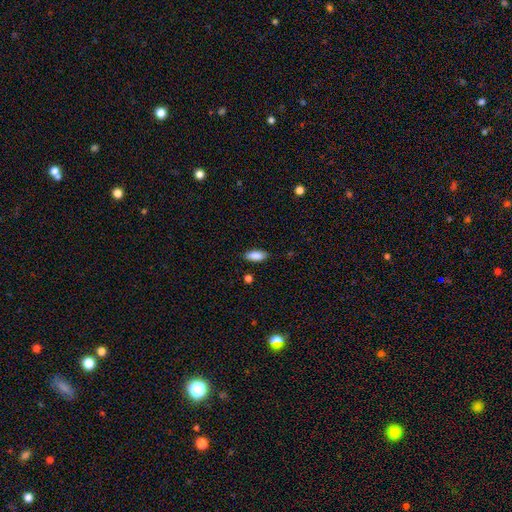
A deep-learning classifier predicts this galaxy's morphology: Smooth or featured? Predicted: smooth (p=0.88). How rounded? Predicted: in between (p=0.84). Merging? Predicted: none (p=0.84).